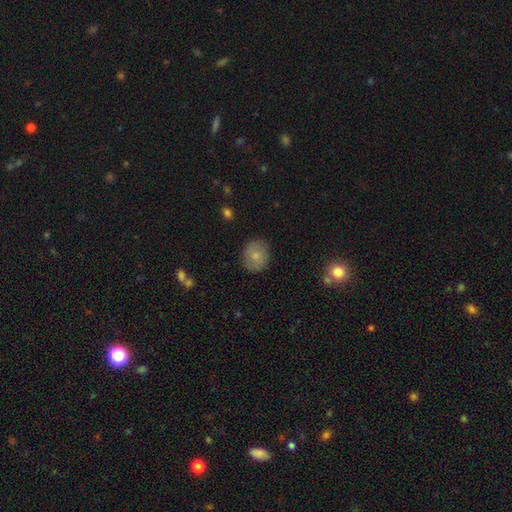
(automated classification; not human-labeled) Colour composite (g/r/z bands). It shows a smooth galaxy with no disk features (75%) that is round (69%). Merging: none (84%).